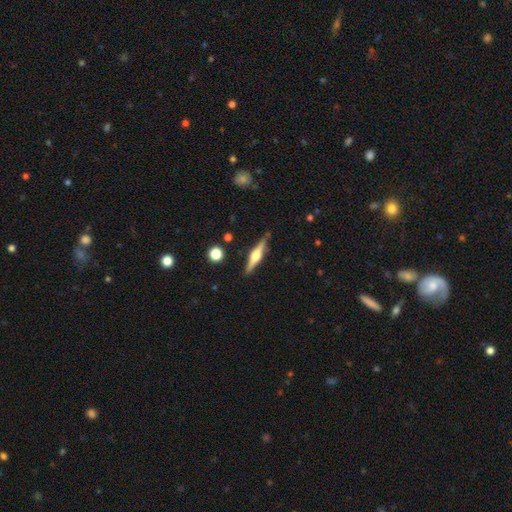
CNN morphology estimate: smooth-or-featured: featured or disk: 72% | smooth: 22% | star or artifact: 6%
  disk-edge-on: yes: 97% | no: 3%
    edge-on-bulge: rounded: 91% | boxy: 7% | none: 2%
  merging: none: 86% | minor disturbance: 10% | merger: 2% | major disturbance: 2%